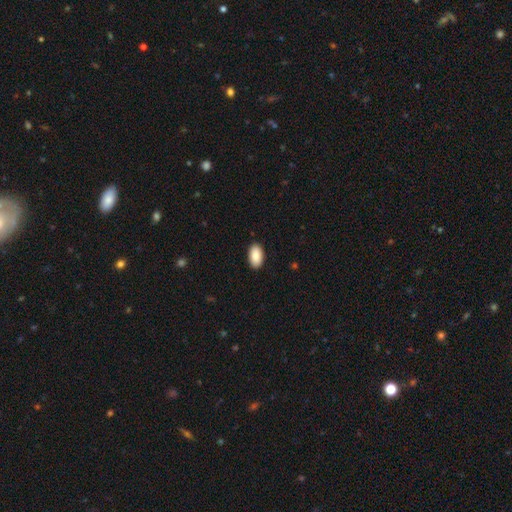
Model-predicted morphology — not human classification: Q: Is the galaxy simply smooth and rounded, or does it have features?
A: smooth — 89%.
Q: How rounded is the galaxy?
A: in between — 95%.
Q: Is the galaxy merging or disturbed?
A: none — 90%.